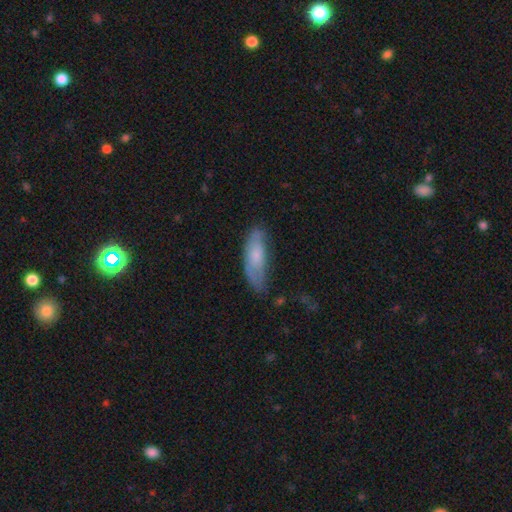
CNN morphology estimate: smooth 66%, featured or disk 27%, star or artifact 7%. Down the decision tree: how rounded — in between (59%); merging — none (57%).